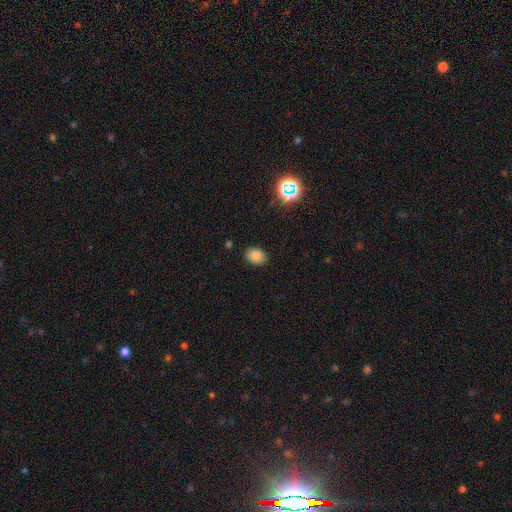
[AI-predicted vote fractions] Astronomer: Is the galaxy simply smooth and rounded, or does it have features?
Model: smooth — 82%.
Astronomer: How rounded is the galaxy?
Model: in between — 71%.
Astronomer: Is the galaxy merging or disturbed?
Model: none — 88%.